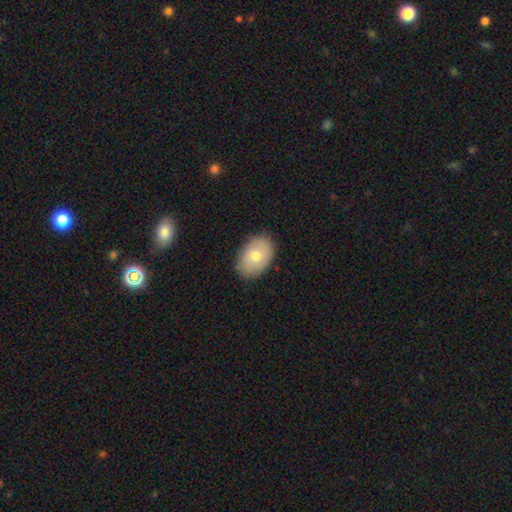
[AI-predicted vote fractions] Smooth or featured? Predicted: smooth (p=0.70). How rounded? Predicted: in between (p=0.82). Merging? Predicted: none (p=0.85).